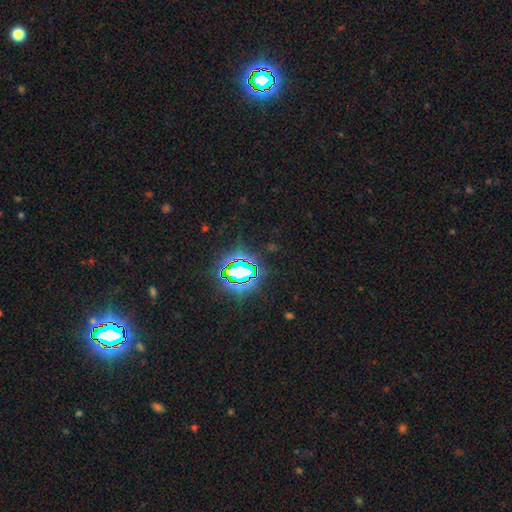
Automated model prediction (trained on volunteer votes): A star or artifact, not a galaxy (82%).